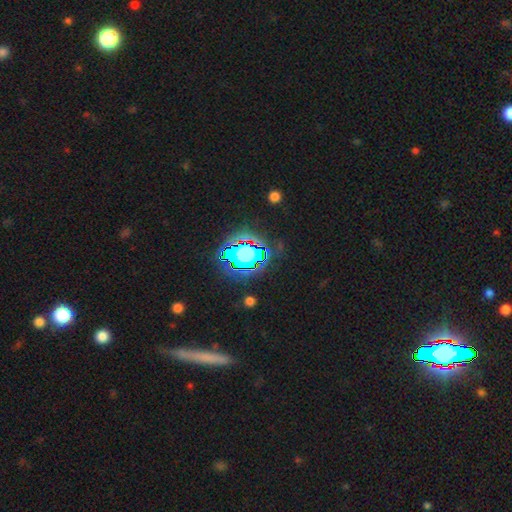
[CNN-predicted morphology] smooth-or-featured: star or artifact: 54% | smooth: 25% | featured or disk: 21%